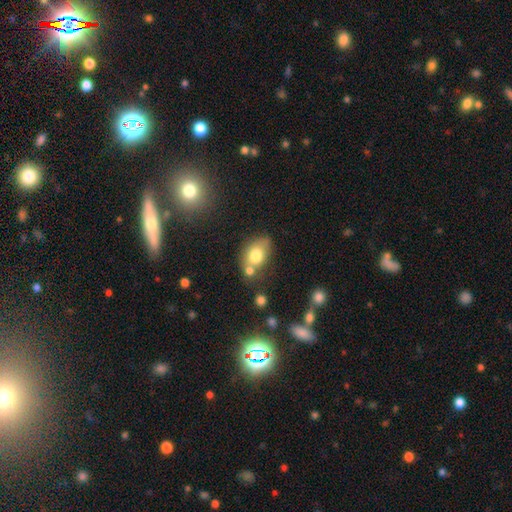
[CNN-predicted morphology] Overall: smooth (76%). How rounded: in between (73%). Merging: none (49%; merger 26%).